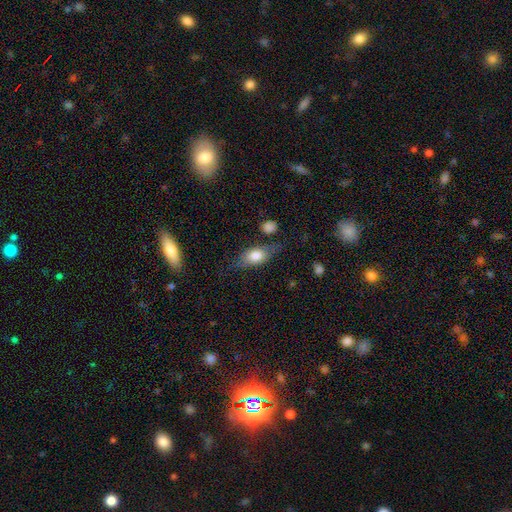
smooth 75%, featured or disk 25%, star or artifact 0%. Down the decision tree: how rounded — in between (83%); merging — none (52%).